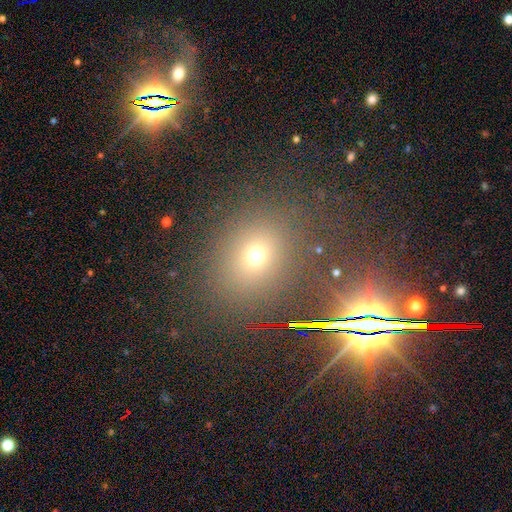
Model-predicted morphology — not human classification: Overall: smooth (60%; star or artifact 30%). How rounded: round (63%; in between 35%). Merging: none (82%).